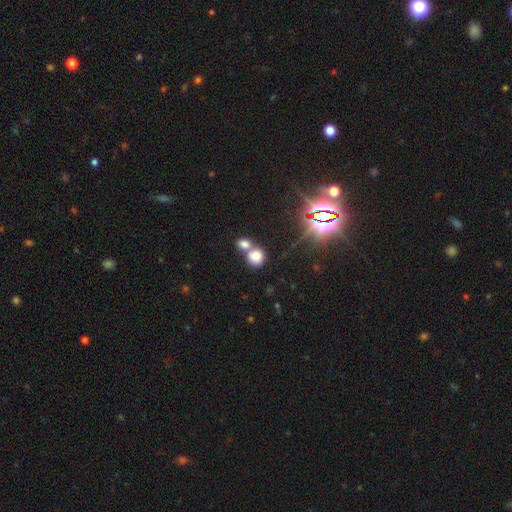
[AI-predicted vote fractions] Q: Smooth or featured?
A: smooth (76%); runner-up: star or artifact (15%)
Q: How rounded?
A: round (77%); runner-up: in between (21%)
Q: Merging?
A: merger (55%); runner-up: none (35%)